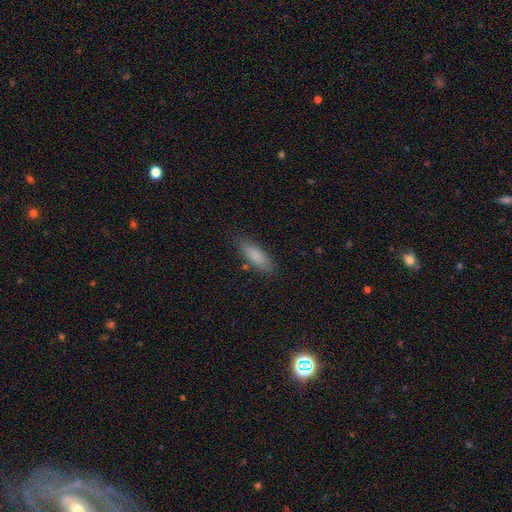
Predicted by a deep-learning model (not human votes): Overall: smooth (83%). How rounded: in between (57%; cigar-shaped 41%). Merging: none (83%).